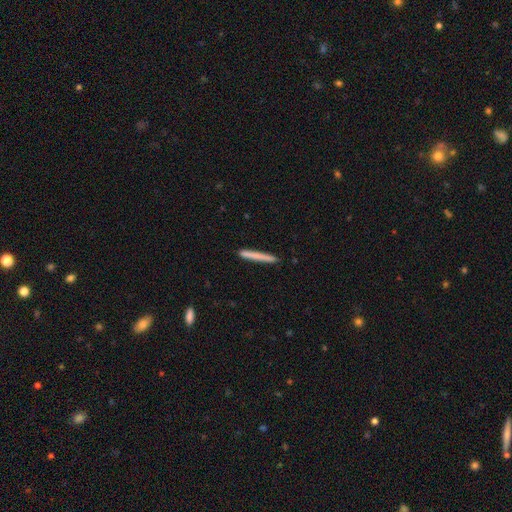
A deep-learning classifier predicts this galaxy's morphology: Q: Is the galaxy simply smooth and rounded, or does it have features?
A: smooth — 73%.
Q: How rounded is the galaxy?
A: cigar-shaped — 97%.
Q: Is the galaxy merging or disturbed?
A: none — 91%.